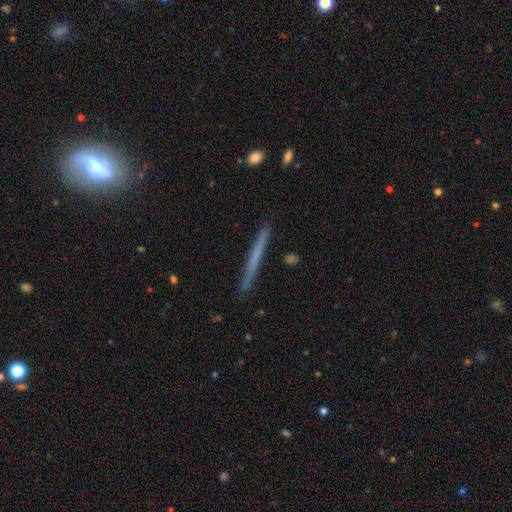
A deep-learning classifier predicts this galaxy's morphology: Smooth or featured?
  - smooth: 49% *
  - featured or disk: 44%
  - star or artifact: 7%
Merging?
  - none: 90% *
  - minor disturbance: 7%
  - major disturbance: 1%
  - merger: 1%